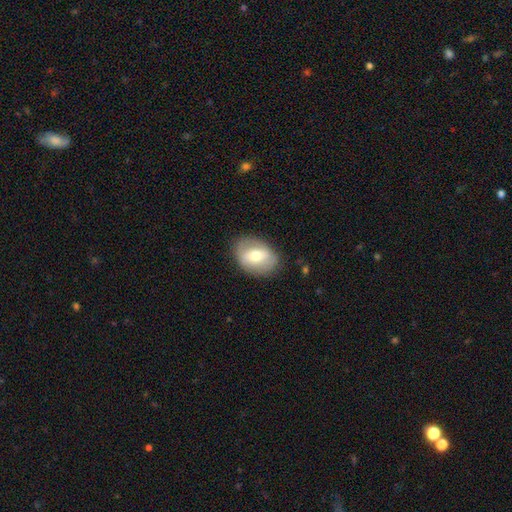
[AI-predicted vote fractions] Overall: smooth (49%; featured or disk 44%). Merging: none (79%).